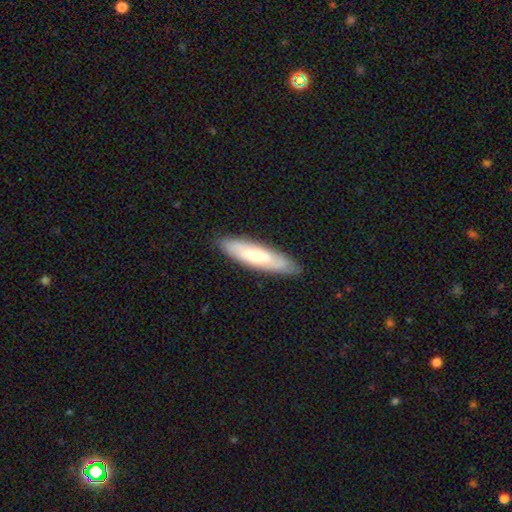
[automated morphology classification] smooth-or-featured: smooth: 59% | featured or disk: 35% | star or artifact: 5%
  how-rounded: cigar-shaped: 71% | in between: 27% | round: 1%
  merging: none: 85% | minor disturbance: 11% | major disturbance: 2% | merger: 1%